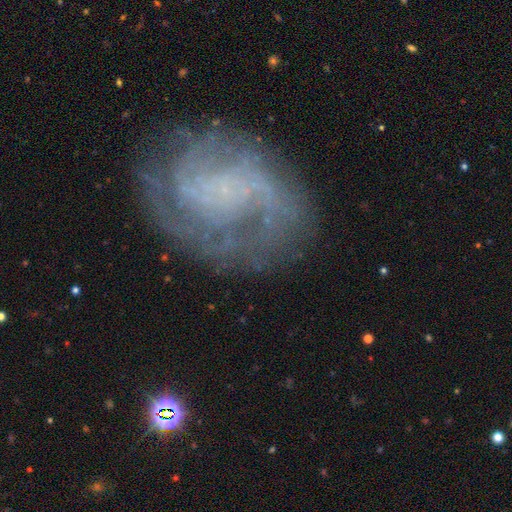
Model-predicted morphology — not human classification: type=featured or disk (81%); edge-on=no (98%); bar=no (70%); spiral arms=yes (90%); winding=tight (45%); arm count=2 (32%); bulge=none (56%); merging=none (68%).